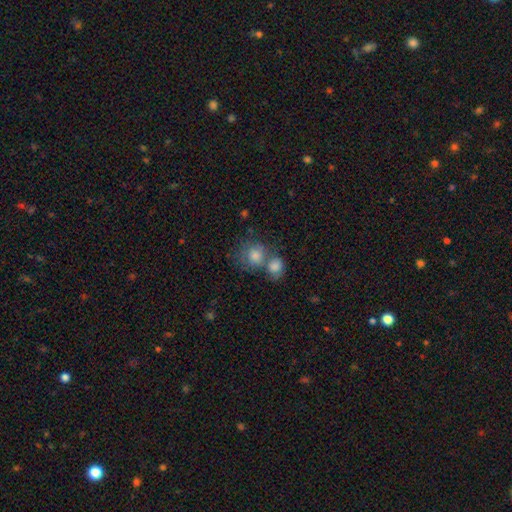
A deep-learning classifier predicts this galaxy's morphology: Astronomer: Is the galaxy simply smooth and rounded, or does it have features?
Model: smooth — 73%.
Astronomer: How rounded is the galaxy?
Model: round — 73%.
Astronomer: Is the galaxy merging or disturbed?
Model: merger — 48% (runner-up: none, 35%).